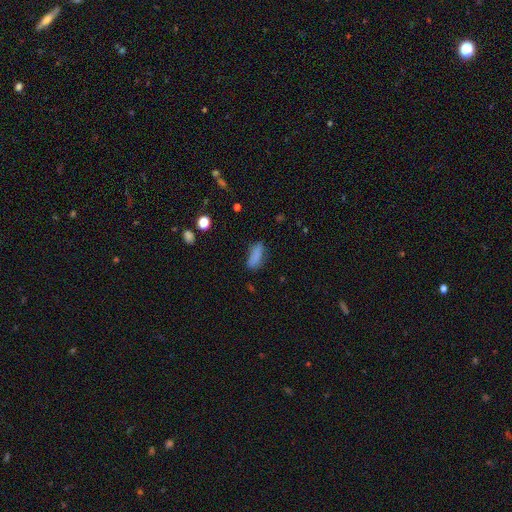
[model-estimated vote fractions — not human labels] Morphology: type=smooth (84%); roundness=in between (71%); merging=none (70%).